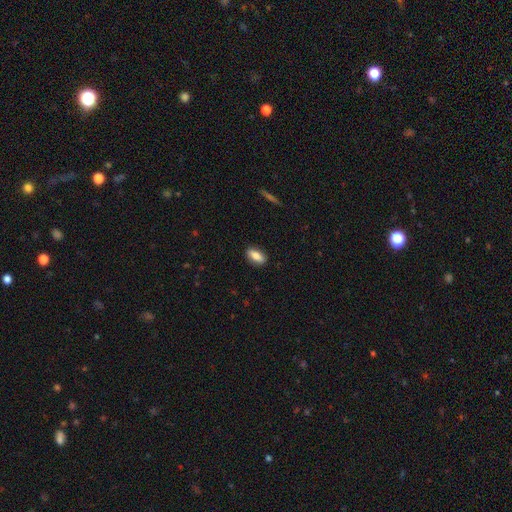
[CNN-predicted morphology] Smooth or featured? smooth (80%)
How rounded? in between (84%)
Merging? none (88%)